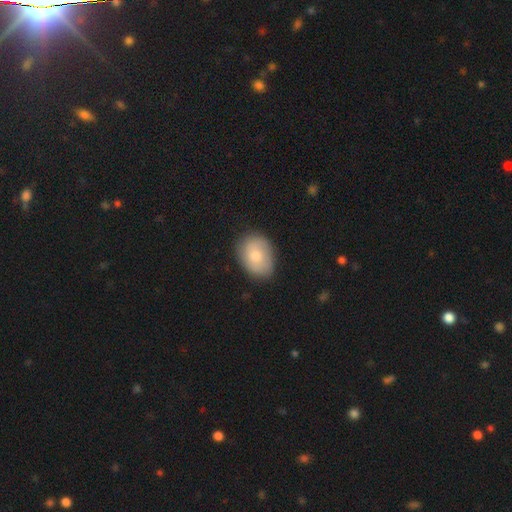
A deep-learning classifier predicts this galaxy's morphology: Overall: smooth (69%). How rounded: in between (71%). Merging: none (80%).